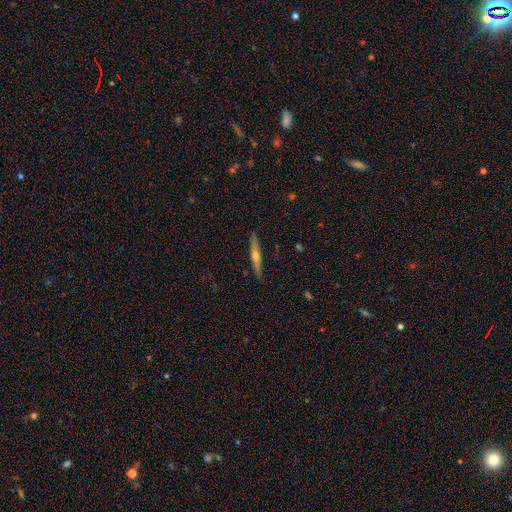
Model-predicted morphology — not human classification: smooth-or-featured: featured or disk: 56% | smooth: 37% | star or artifact: 6%
  disk-edge-on: yes: 95% | no: 5%
    edge-on-bulge: rounded: 83% | none: 14% | boxy: 3%
  merging: none: 89% | minor disturbance: 8% | major disturbance: 1% | merger: 1%